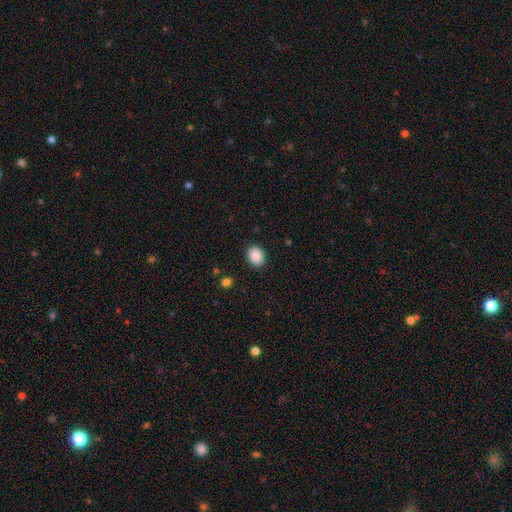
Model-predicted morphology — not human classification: smooth 89%, star or artifact 8%, featured or disk 3%. Down the decision tree: how rounded — in between (54%); merging — none (89%).